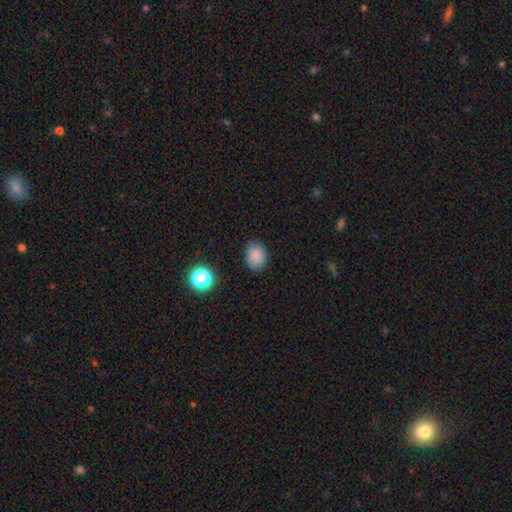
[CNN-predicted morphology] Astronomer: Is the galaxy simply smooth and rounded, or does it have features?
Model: smooth — 83%.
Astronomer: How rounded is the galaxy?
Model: in between — 58% (runner-up: round, 41%).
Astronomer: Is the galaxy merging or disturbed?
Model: none — 81%.